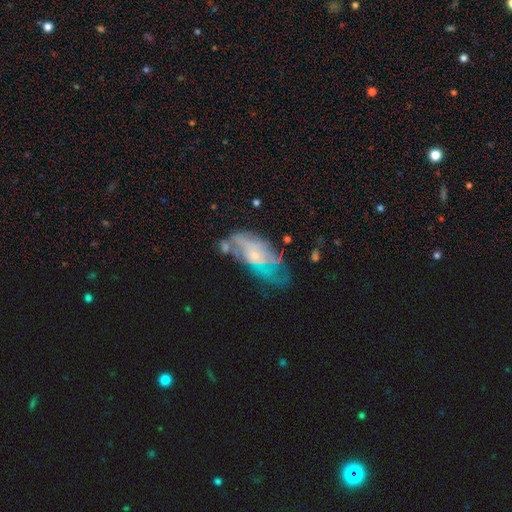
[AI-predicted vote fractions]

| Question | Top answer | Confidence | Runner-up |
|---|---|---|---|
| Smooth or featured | featured or disk | 65% | smooth (25%) |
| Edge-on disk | no | 89% | yes (11%) |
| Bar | no | 72% | weak (23%) |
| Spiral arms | yes | 61% | no (39%) |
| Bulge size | small | 61% | moderate (22%) |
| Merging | none | 39% | minor disturbance (26%) |